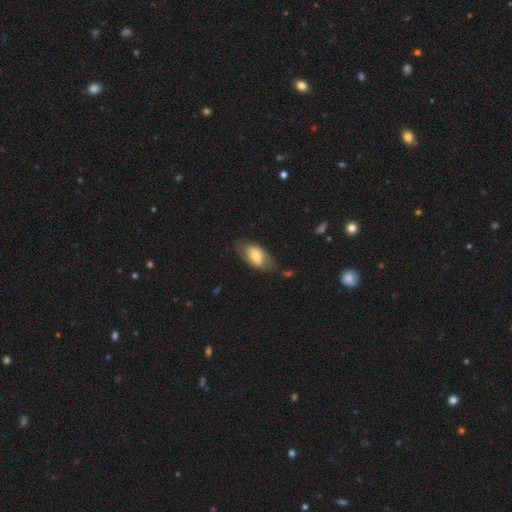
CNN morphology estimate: This appears to be a smooth galaxy with no disk features (65%) that is in between round and cigar-shaped (92%). Merging: none (64%).